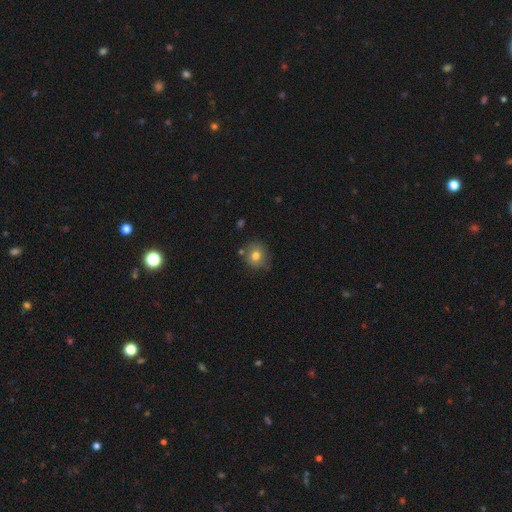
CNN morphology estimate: Overall: smooth (75%). How rounded: round (80%). Merging: none (72%).